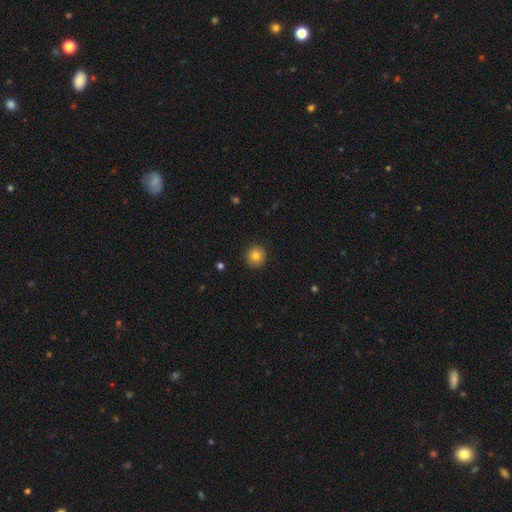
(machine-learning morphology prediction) smooth-or-featured: smooth: 82% | star or artifact: 10% | featured or disk: 9%
  how-rounded: round: 95% | in between: 4% | cigar-shaped: 1%
  merging: none: 91% | minor disturbance: 6% | major disturbance: 2% | merger: 1%